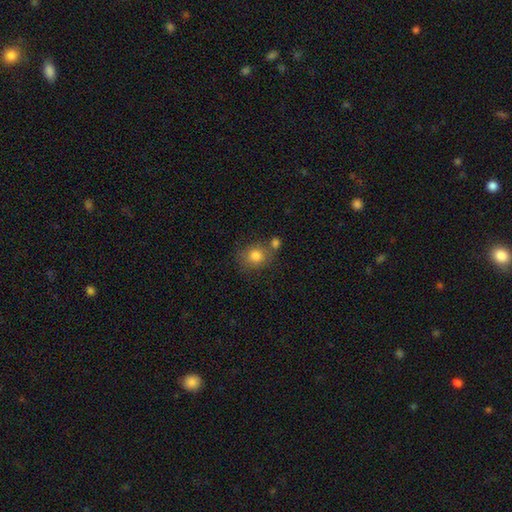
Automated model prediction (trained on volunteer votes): Smooth or featured?
  - smooth: 81% *
  - star or artifact: 10%
  - featured or disk: 9%
How rounded?
  - round: 74% *
  - in between: 25%
  - cigar-shaped: 1%
Merging?
  - none: 59% *
  - merger: 22%
  - minor disturbance: 14%
  - major disturbance: 5%